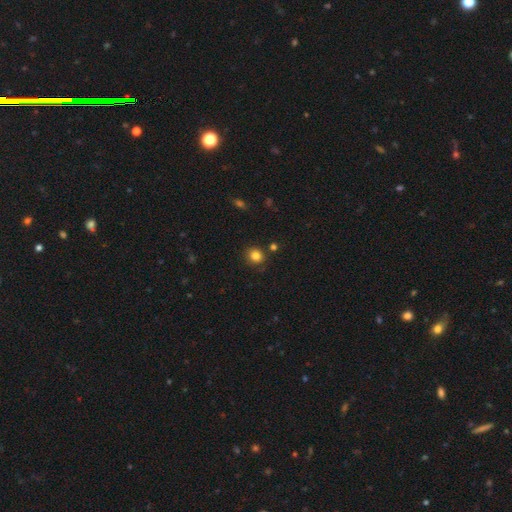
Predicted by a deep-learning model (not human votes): This is clearly a smooth galaxy (83%). How rounded: clearly round (85%). Merging: clearly none (86%).